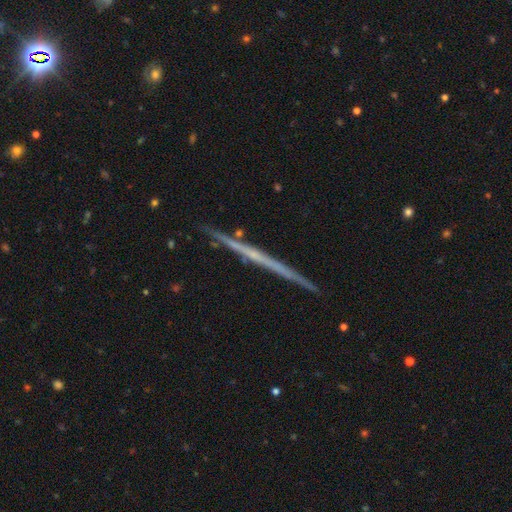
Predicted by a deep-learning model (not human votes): Smooth or featured? featured or disk (72%)
Edge-on disk? yes (98%)
Edge-on bulge? none (81%)
Merging? none (90%)